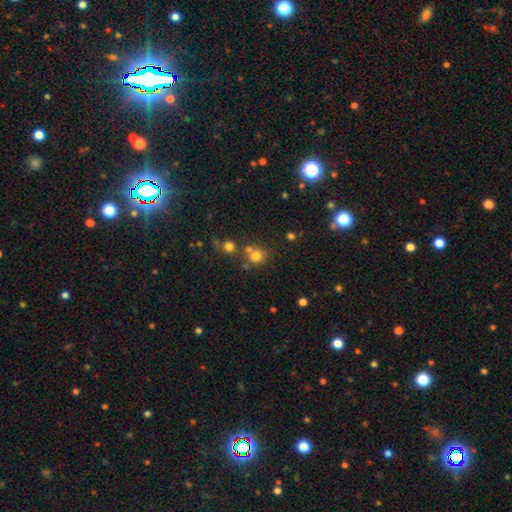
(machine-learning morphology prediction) Q: Smooth or featured?
A: smooth (74%); runner-up: star or artifact (17%)
Q: How rounded?
A: round (87%); runner-up: in between (12%)
Q: Merging?
A: none (58%); runner-up: merger (28%)